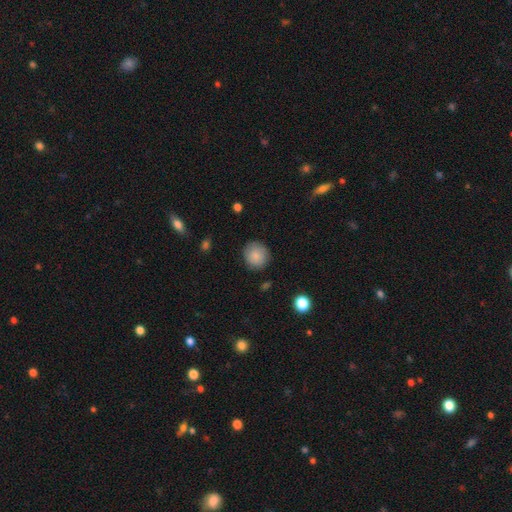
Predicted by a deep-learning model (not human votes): Morphology: type=smooth (85%); roundness=round (89%); merging=none (85%).